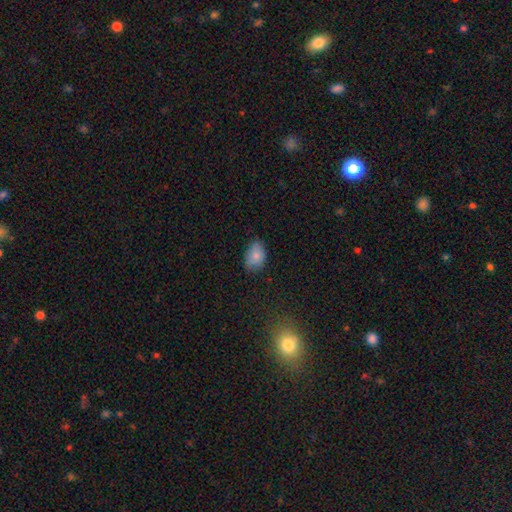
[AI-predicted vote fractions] Smooth or featured? smooth (82%)
How rounded? in between (84%)
Merging? none (72%)